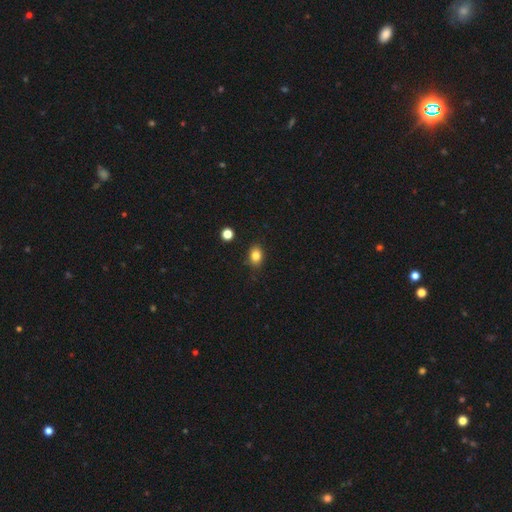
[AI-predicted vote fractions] A smooth galaxy with no disk features (83%) that is in between round and cigar-shaped (73%).

Vote fractions:
- Smooth or featured? smooth: 83% / star or artifact: 11% / featured or disk: 6%
- How rounded? in between: 73% / round: 26% / cigar-shaped: 1%
- Merging? none: 85% / minor disturbance: 11% / major disturbance: 2% / merger: 2%